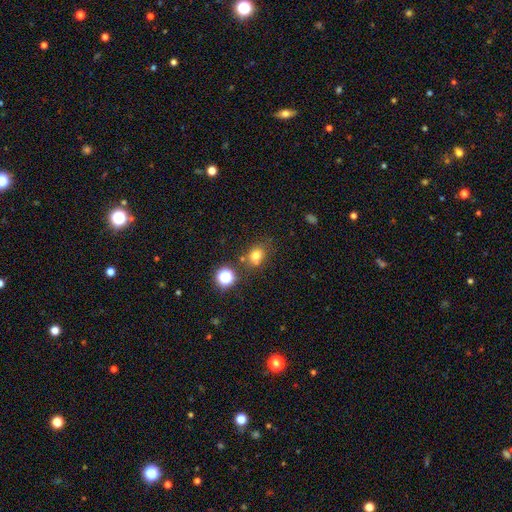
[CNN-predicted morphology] type=smooth (74%); roundness=round (62%); merging=none (68%).